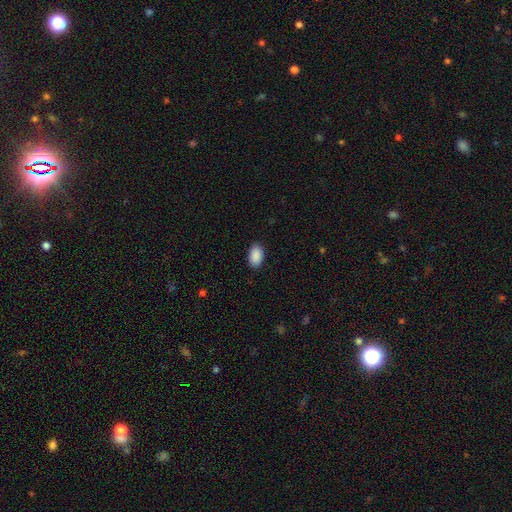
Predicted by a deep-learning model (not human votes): Q: Smooth or featured?
A: smooth (91%); runner-up: star or artifact (7%)
Q: How rounded?
A: in between (93%); runner-up: round (6%)
Q: Merging?
A: none (88%); runner-up: minor disturbance (8%)